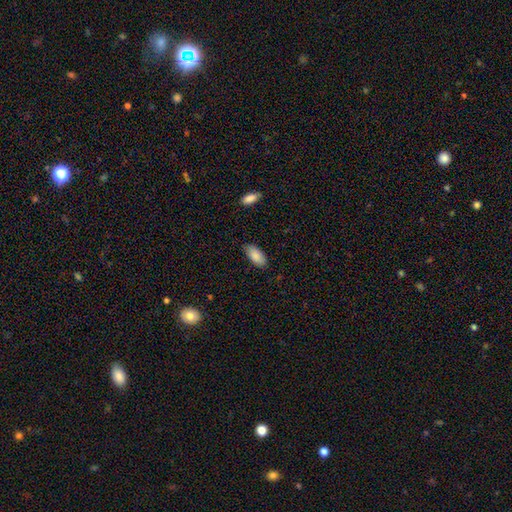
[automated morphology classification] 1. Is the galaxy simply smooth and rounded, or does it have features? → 87% smooth, 7% featured or disk, 7% star or artifact.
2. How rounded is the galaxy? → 92% in between, 6% cigar-shaped, 2% round.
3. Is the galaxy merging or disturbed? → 80% none, 16% minor disturbance, 2% major disturbance, 1% merger.